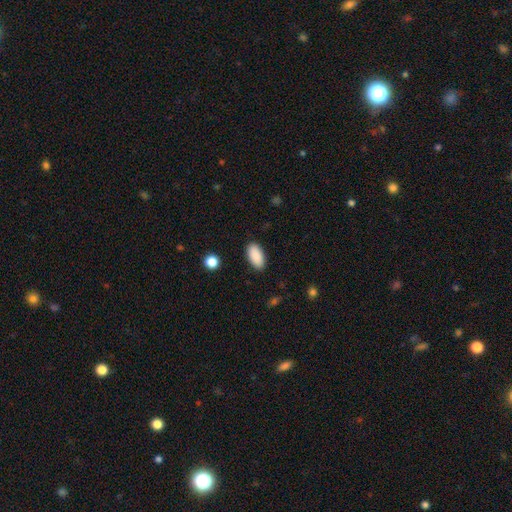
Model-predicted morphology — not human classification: Smooth or featured: smooth — 90% (star or artifact — 7%)
How rounded: in between — 94% (cigar-shaped — 4%)
Merging: none — 89% (minor disturbance — 8%)